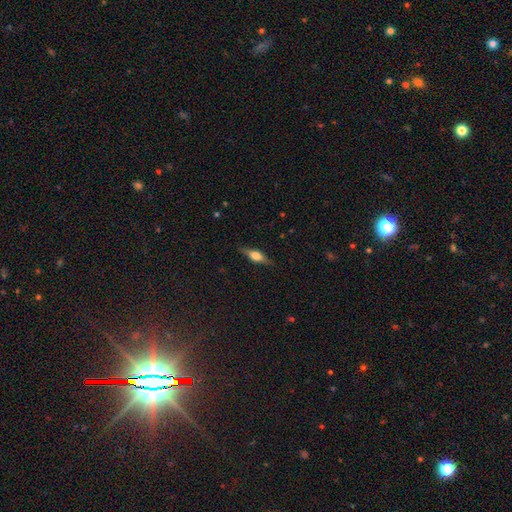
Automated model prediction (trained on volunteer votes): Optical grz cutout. It shows a featured or disk galaxy (58%) viewed edge-on (95%) with a rounded central bulge (89%). Merging: none (85%).